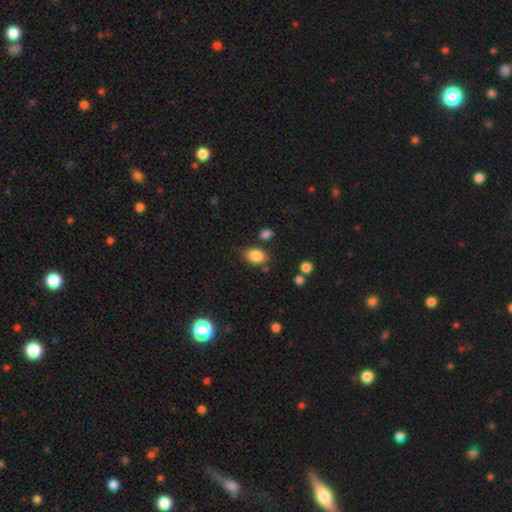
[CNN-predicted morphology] Overall: smooth (86%). How rounded: in between (78%). Merging: none (75%).